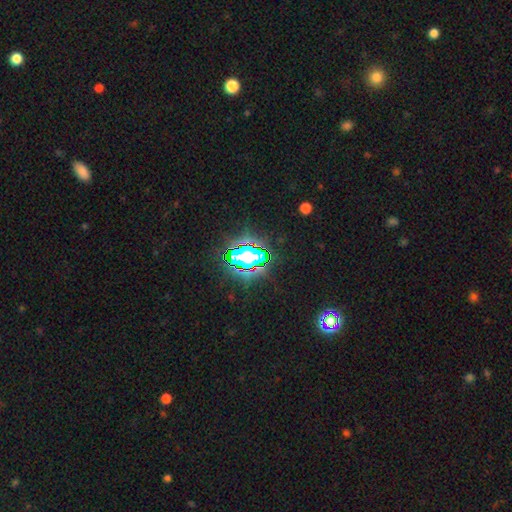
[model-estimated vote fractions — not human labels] The model was most divided on "smooth or featured": star or artifact: 78%, smooth: 13%, featured or disk: 9%.